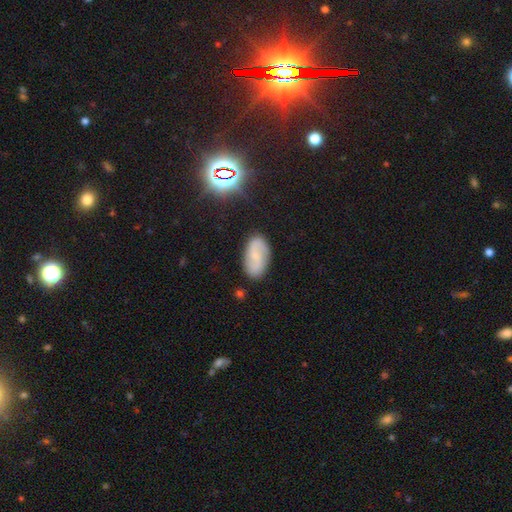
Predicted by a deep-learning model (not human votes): Smooth or featured?
  - featured or disk: 52% *
  - smooth: 38%
  - star or artifact: 11%
Edge-on disk?
  - no: 95% *
  - yes: 5%
Merging?
  - none: 82% *
  - minor disturbance: 13%
  - major disturbance: 3%
  - merger: 2%